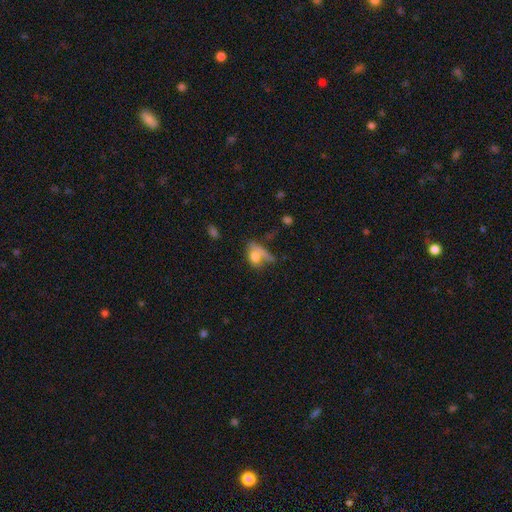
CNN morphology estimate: The model was most divided on "merging": none: 36%, merger: 31%, major disturbance: 17%, minor disturbance: 16%. More confident: smooth or featured — smooth (70%); how rounded — in between (69%).